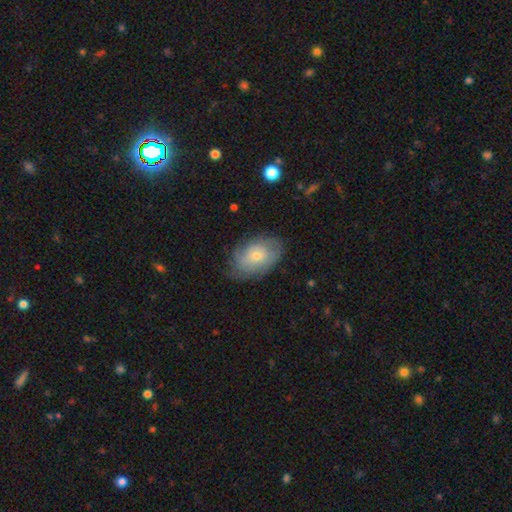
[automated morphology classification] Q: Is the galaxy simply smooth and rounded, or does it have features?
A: featured or disk — 53%.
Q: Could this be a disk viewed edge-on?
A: no — 94%.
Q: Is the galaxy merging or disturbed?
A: none — 72%.